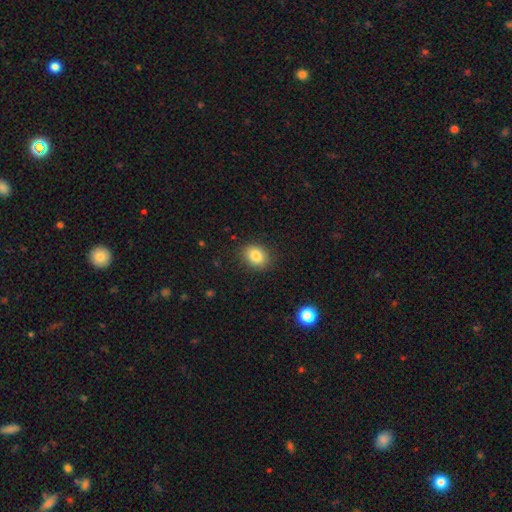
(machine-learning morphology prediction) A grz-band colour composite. It shows a smooth galaxy with no disk features (84%) that is in between round and cigar-shaped (53%). Merging: none (86%).